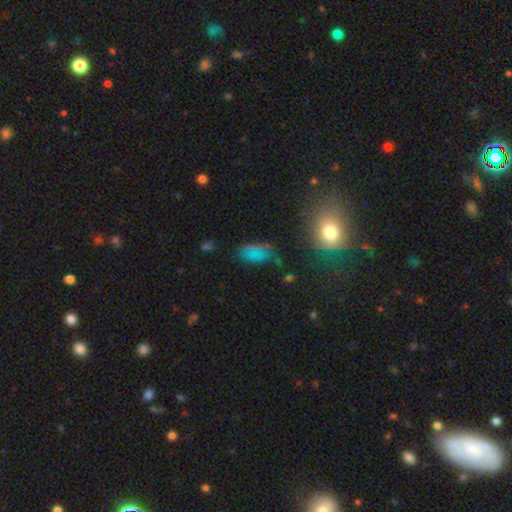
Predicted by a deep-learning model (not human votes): The model was most divided on "merging": none: 52%, minor disturbance: 24%, major disturbance: 18%, merger: 7%. More confident: how rounded — in between (82%); smooth or featured — smooth (57%).